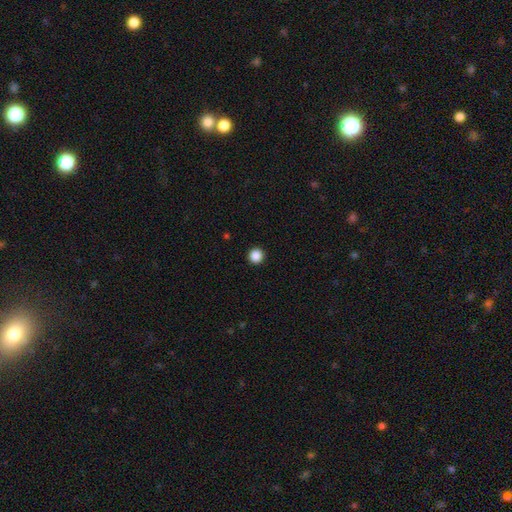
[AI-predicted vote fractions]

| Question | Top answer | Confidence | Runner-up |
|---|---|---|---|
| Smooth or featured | smooth | 87% | star or artifact (10%) |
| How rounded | round | 95% | in between (4%) |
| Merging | none | 94% | minor disturbance (4%) |